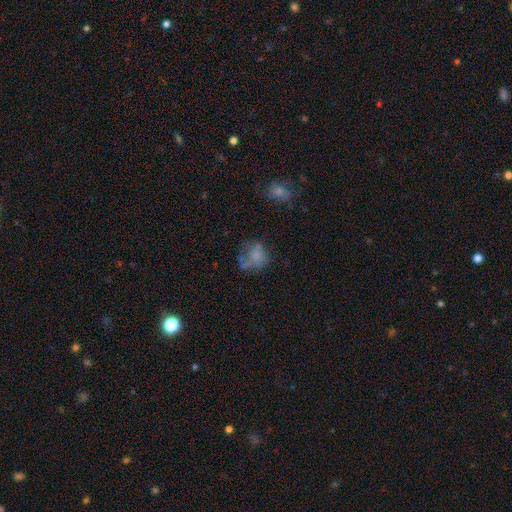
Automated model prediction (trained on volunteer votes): Q: Smooth or featured?
A: smooth (58%); runner-up: featured or disk (28%)
Q: How rounded?
A: round (61%); runner-up: in between (38%)
Q: Merging?
A: none (43%); runner-up: major disturbance (28%)